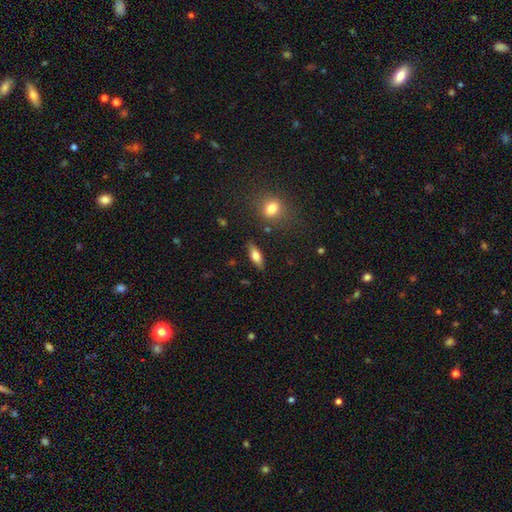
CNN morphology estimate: This appears to be a smooth galaxy with no disk features (66%) that is in between round and cigar-shaped (71%). Merging: none (84%).